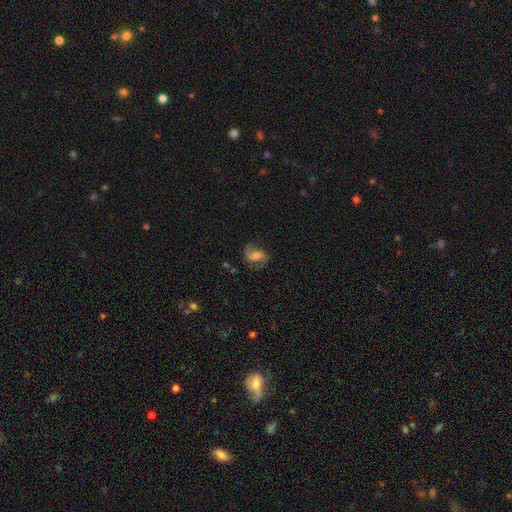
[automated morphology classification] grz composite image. It shows a featured or disk galaxy (56%) with a weak bar (41%), spiral arms (88%) and a moderate central bulge (35%). Merging: none (59%).